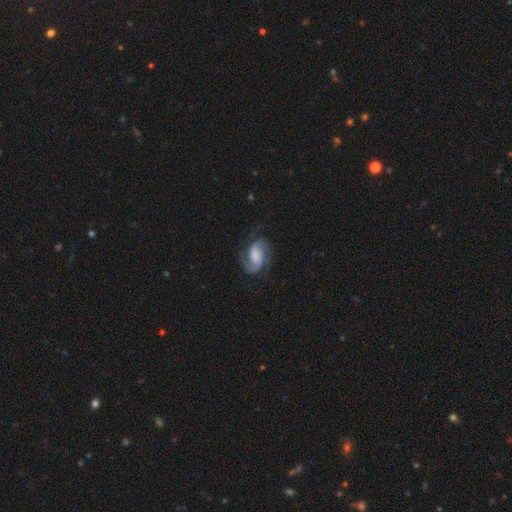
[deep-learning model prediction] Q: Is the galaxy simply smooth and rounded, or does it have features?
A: featured or disk — 86%.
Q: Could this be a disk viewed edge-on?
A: no — 98%.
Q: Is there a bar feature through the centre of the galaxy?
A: no — 46%.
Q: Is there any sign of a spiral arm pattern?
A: yes — 97%.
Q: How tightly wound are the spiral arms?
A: medium — 54%.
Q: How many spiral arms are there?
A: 2 — 91%.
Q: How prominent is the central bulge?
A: none — 31%.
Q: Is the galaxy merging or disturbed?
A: none — 72%.